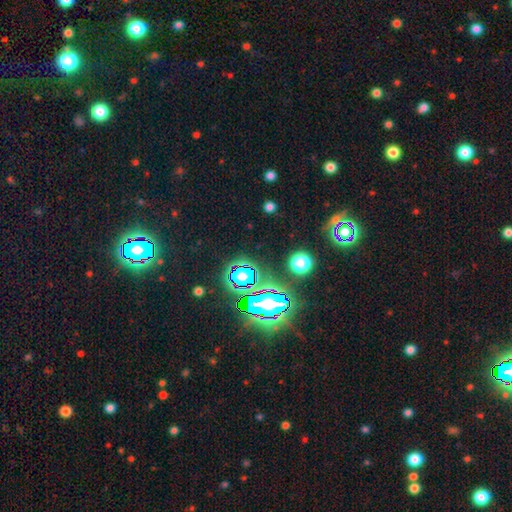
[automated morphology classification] Smooth or featured: star or artifact — 83% (smooth — 10%)